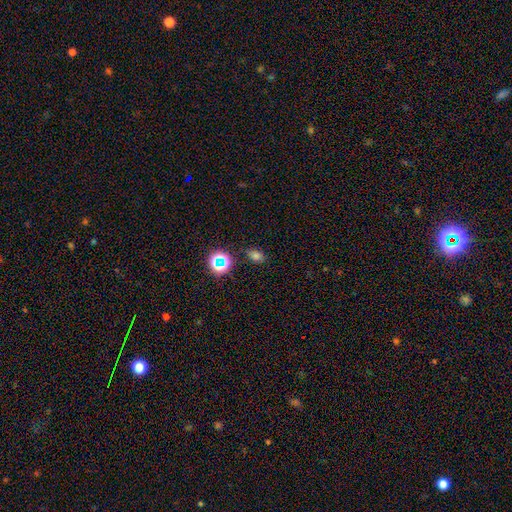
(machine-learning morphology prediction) This is likely a smooth galaxy (67%). How rounded: likely in between (74%). Merging: likely none (79%).